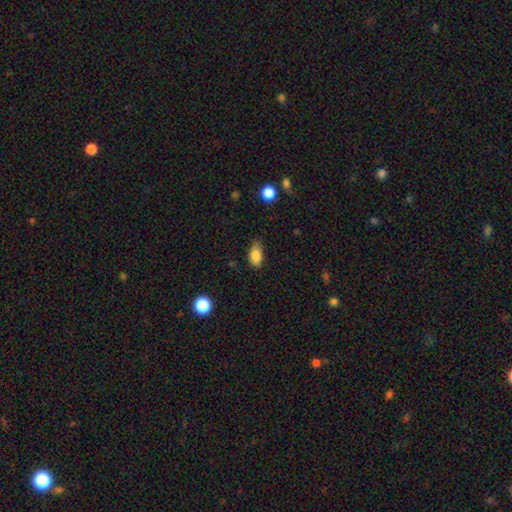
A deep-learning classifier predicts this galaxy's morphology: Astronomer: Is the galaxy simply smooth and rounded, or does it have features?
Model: smooth — 85%.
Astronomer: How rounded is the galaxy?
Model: in between — 89%.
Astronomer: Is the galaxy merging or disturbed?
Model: none — 72%.